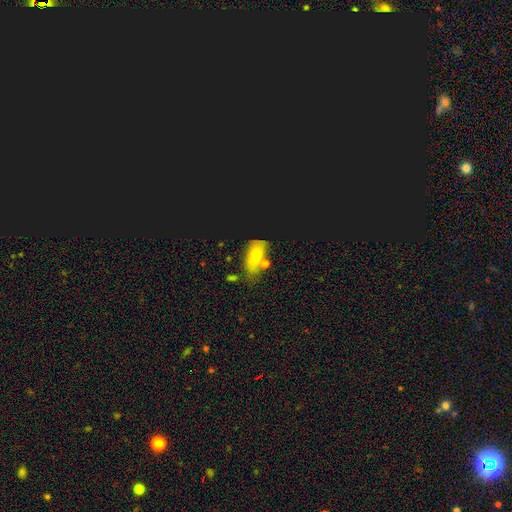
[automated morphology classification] Smooth or featured?
  - star or artifact: 46% *
  - smooth: 35%
  - featured or disk: 19%